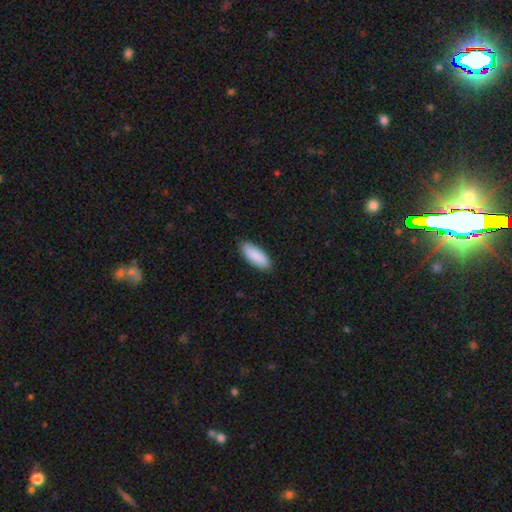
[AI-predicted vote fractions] Q: Smooth or featured?
A: smooth (90%); runner-up: star or artifact (5%)
Q: How rounded?
A: in between (73%); runner-up: cigar-shaped (25%)
Q: Merging?
A: none (89%); runner-up: minor disturbance (8%)